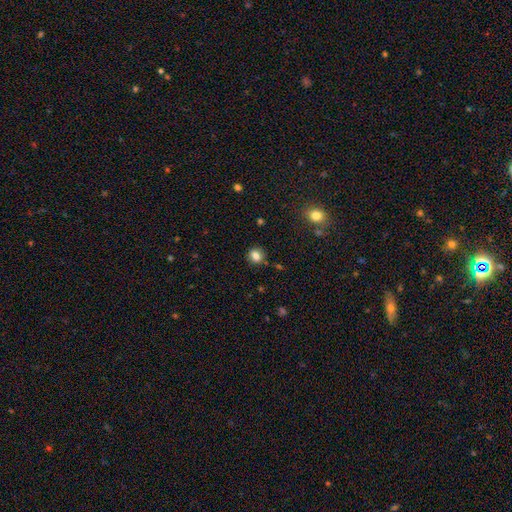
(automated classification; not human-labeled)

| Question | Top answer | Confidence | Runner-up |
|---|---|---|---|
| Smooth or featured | smooth | 80% | star or artifact (12%) |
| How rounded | round | 78% | in between (21%) |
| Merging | none | 84% | minor disturbance (10%) |